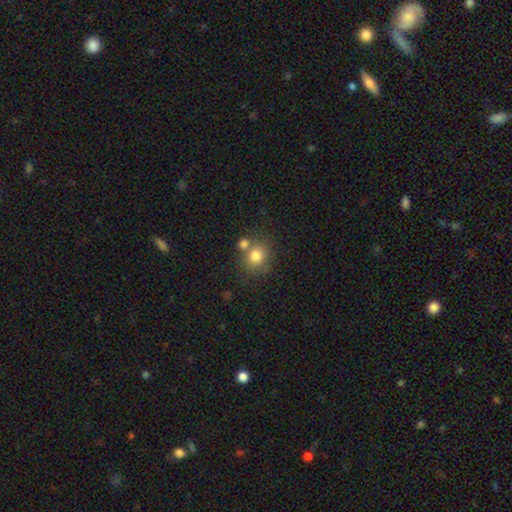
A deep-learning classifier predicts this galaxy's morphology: This appears to be a smooth galaxy with no disk features (79%) that is round (73%). Merging: none (56%).